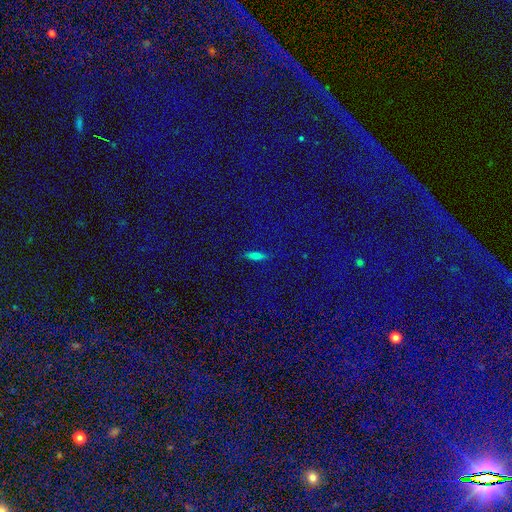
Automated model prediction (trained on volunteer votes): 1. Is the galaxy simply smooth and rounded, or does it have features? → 53% smooth, 25% featured or disk, 22% star or artifact.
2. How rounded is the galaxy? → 65% cigar-shaped, 29% in between, 6% round.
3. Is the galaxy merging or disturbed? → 86% none, 9% minor disturbance, 3% major disturbance, 2% merger.